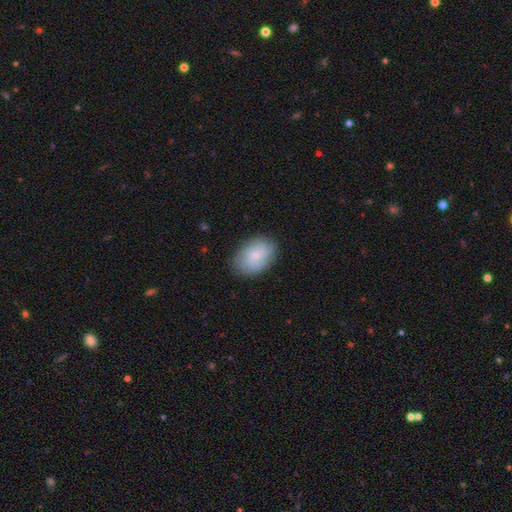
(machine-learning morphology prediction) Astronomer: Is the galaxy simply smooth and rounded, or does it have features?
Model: featured or disk — 53% (runner-up: smooth, 40%).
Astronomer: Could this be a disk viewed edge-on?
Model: no — 97%.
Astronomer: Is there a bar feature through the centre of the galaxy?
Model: no — 70%.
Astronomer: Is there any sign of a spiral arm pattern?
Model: yes — 87%.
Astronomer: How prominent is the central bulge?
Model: small — 67%.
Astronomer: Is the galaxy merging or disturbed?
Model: none — 79%.